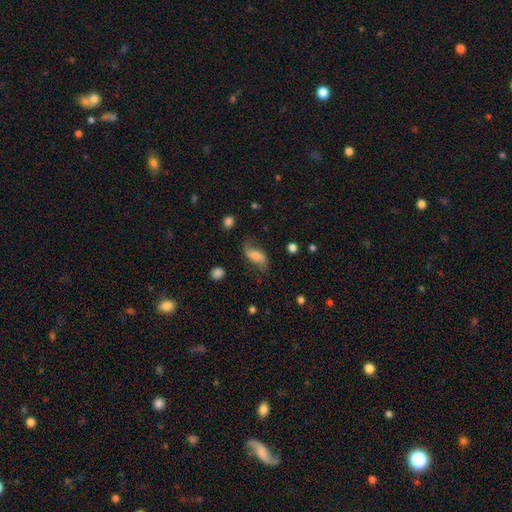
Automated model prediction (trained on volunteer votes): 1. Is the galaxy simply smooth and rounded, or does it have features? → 55% featured or disk, 37% smooth, 8% star or artifact.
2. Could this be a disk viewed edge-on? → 93% no, 7% yes.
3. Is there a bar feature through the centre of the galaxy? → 52% no, 34% weak, 14% strong.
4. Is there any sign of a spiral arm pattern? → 88% yes, 12% no.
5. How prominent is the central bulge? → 39% moderate, 35% small, 12% none, 10% large, 3% dominant.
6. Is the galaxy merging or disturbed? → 63% none, 23% minor disturbance, 12% major disturbance, 2% merger.